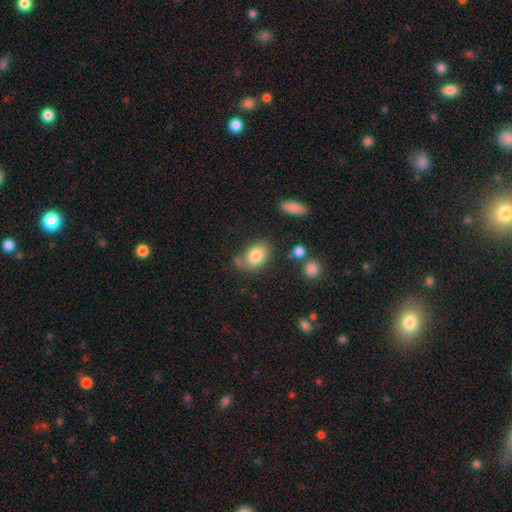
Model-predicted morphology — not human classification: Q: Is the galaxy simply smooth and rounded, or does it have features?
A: smooth — 82%.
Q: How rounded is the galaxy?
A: in between — 79%.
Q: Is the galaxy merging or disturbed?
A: none — 62%.